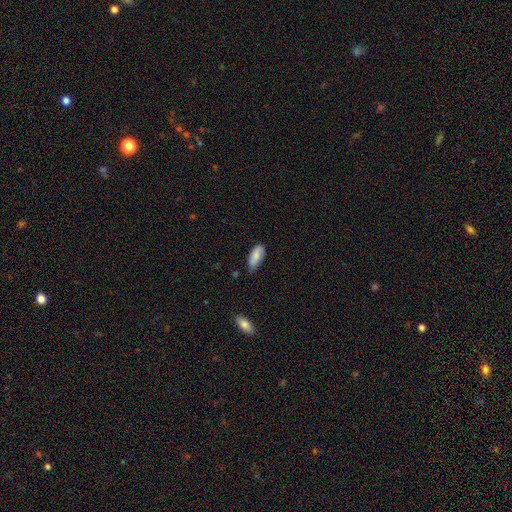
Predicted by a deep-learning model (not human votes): This appears to be a smooth galaxy with no disk features (79%) that is in between round and cigar-shaped (85%). Merging: none (60%).